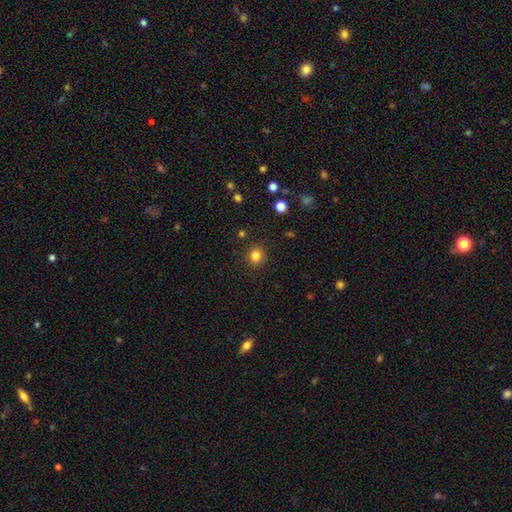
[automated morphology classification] Overall: smooth (83%). How rounded: round (80%). Merging: none (89%).